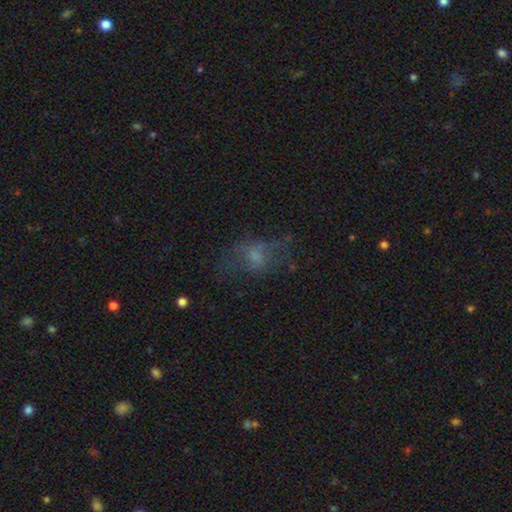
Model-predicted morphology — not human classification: smooth 48%, featured or disk 34%, star or artifact 18%. Down the decision tree: merging — none (44%).